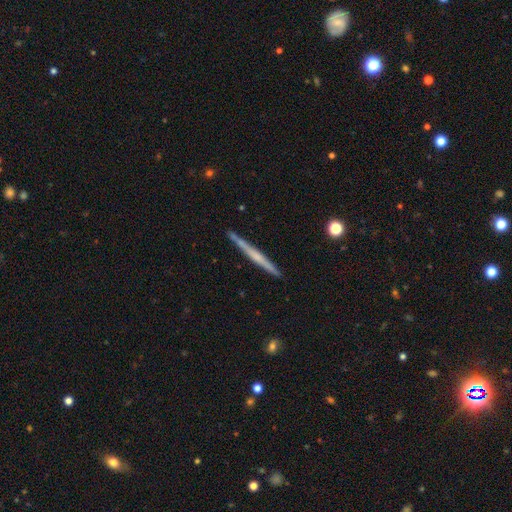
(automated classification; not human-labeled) This is possibly a featured or disk galaxy (60%). It is clearly viewed edge-on (98%). Edge-on bulge: likely none (62%). Merging: clearly none (89%).